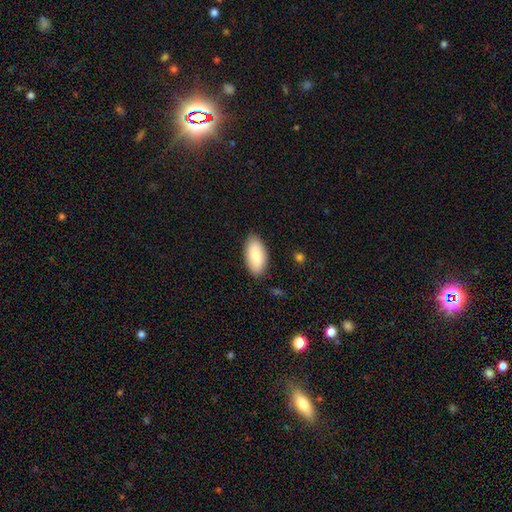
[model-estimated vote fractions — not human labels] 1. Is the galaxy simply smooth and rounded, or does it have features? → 80% smooth, 14% featured or disk, 6% star or artifact.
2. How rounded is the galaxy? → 94% in between, 4% cigar-shaped, 2% round.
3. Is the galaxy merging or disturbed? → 86% none, 10% minor disturbance, 2% major disturbance, 1% merger.